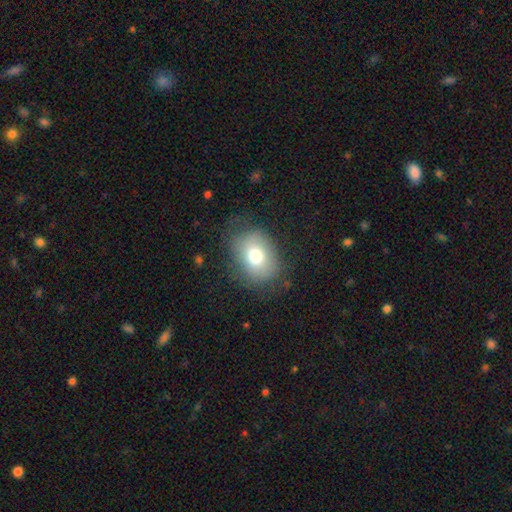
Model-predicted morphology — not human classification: Smooth or featured? Predicted: smooth (p=0.74). How rounded? Predicted: in between (p=0.58). Merging? Predicted: none (p=0.69).